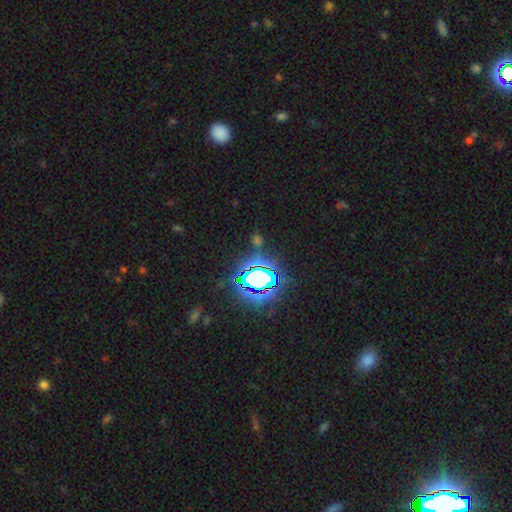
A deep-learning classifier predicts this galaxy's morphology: This is likely a star or artifact rather than a galaxy (76%).